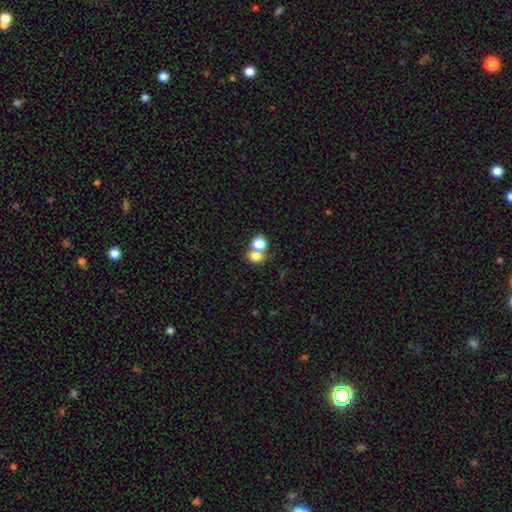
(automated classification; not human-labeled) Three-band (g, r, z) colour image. It shows a smooth galaxy with no disk features (77%) that is round (59%). Merging: merger (45%).